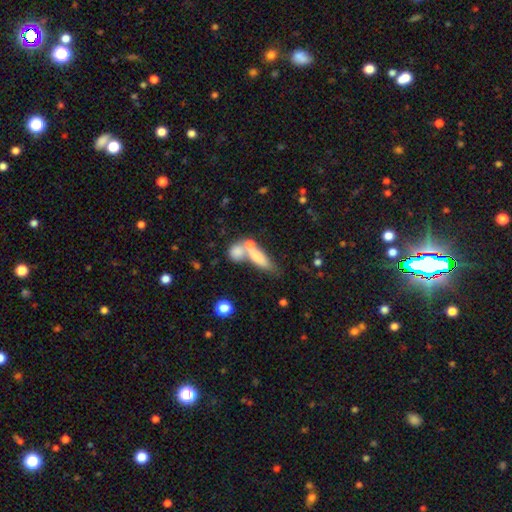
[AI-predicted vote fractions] smooth-or-featured: smooth: 66% | featured or disk: 23% | star or artifact: 11%
  how-rounded: in between: 50% | cigar-shaped: 39% | round: 11%
  merging: merger: 50% | none: 30% | minor disturbance: 11% | major disturbance: 9%